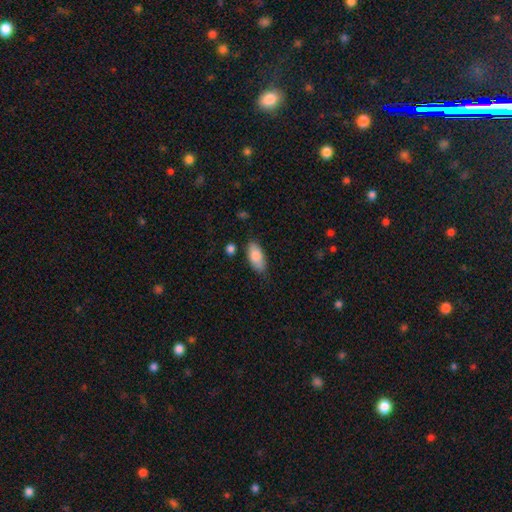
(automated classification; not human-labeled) Overall: smooth (83%). How rounded: in between (90%). Merging: none (77%).